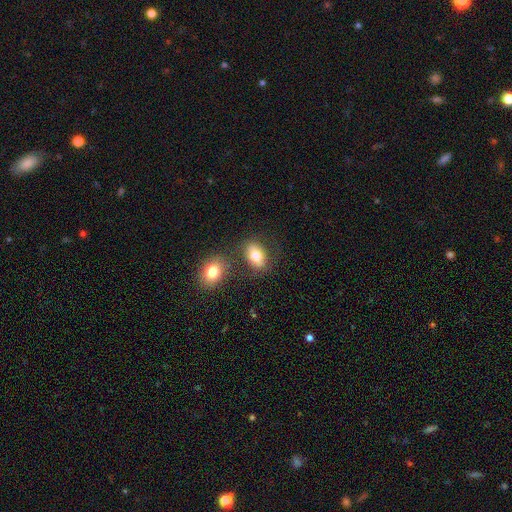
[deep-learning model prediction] Smooth or featured? smooth (78%)
How rounded? in between (85%)
Merging? none (68%)